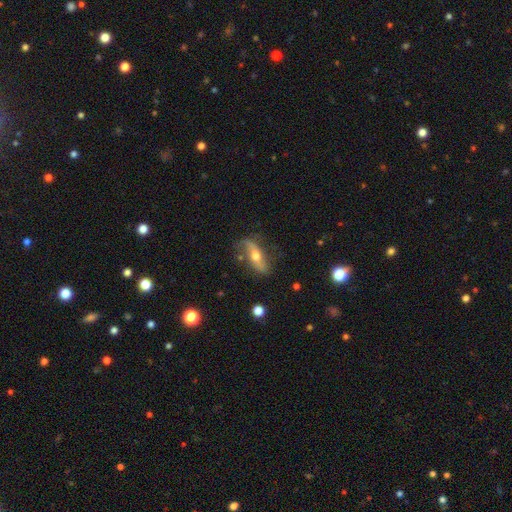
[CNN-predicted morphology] Q: Smooth or featured?
A: featured or disk (70%); runner-up: smooth (23%)
Q: Edge-on disk?
A: no (78%); runner-up: yes (22%)
Q: Bar?
A: no (50%); runner-up: weak (30%)
Q: Spiral arms?
A: yes (86%); runner-up: no (14%)
Q: Bulge size?
A: moderate (68%); runner-up: small (20%)
Q: Merging?
A: none (67%); runner-up: minor disturbance (21%)